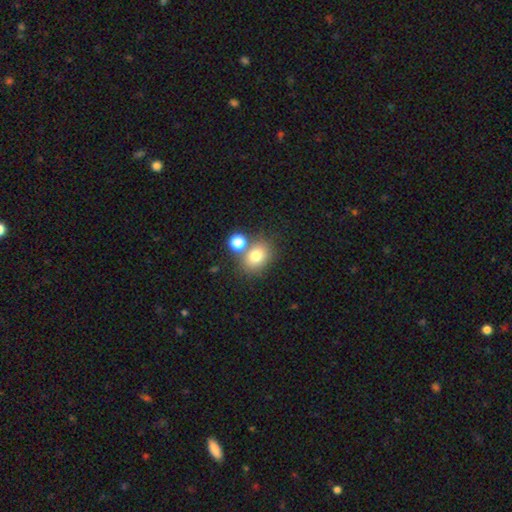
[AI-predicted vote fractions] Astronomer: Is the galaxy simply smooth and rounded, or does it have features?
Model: smooth — 77%.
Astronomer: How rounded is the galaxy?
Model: round — 53% (runner-up: in between, 46%).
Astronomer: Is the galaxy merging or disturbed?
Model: none — 61%.